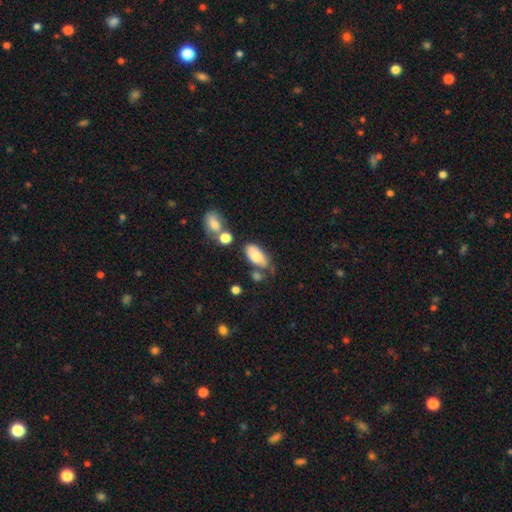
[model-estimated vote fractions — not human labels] Smooth or featured? Predicted: smooth (p=0.76). How rounded? Predicted: in between (p=0.91). Merging? Predicted: none (p=0.49).